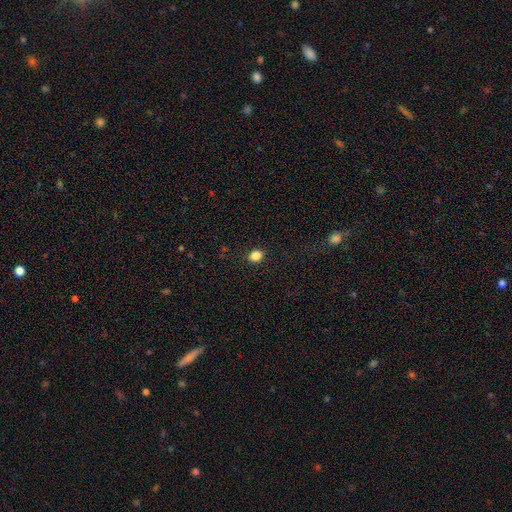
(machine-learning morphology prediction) Smooth or featured? smooth (85%)
How rounded? round (57%)
Merging? none (90%)